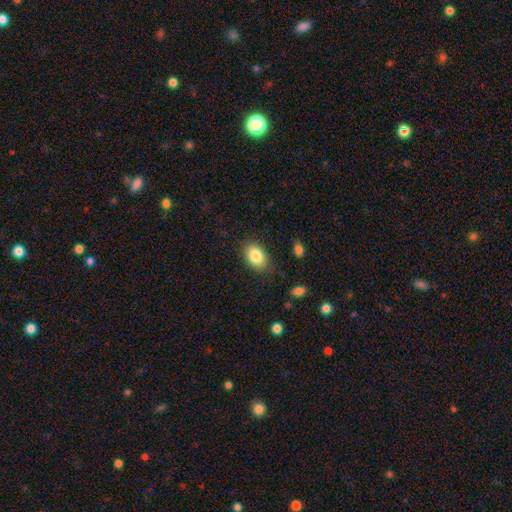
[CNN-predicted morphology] This is clearly a smooth galaxy (85%). How rounded: clearly in between (83%). Merging: clearly none (82%).